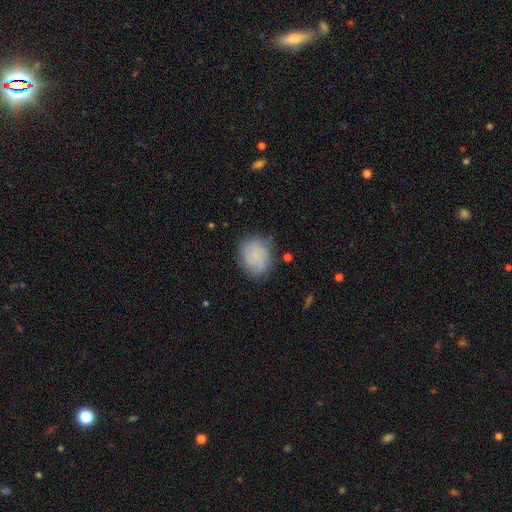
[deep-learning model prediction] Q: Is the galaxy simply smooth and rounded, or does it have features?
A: smooth — 50%.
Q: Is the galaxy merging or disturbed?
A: none — 75%.